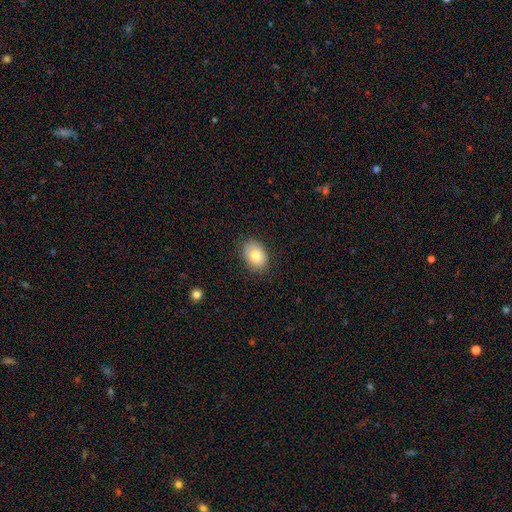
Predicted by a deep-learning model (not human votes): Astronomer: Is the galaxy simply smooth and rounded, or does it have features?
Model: smooth — 82%.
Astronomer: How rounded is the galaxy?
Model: in between — 79%.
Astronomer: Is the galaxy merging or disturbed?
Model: none — 84%.